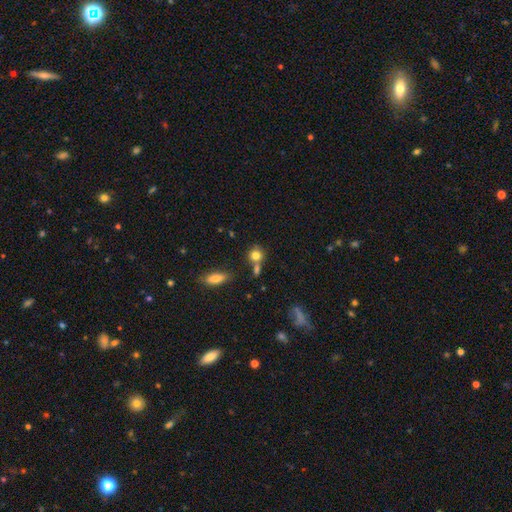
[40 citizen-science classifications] smooth_or_featured: smooth (p=0.80) [alt: star or artifact p=0.12]
how_rounded: round (p=0.75) [alt: in between p=0.19]
merging: none (p=0.49) [alt: merger p=0.40]